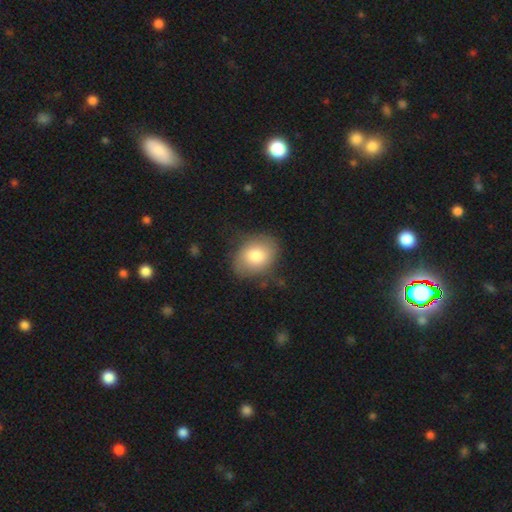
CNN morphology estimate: smooth 78%, featured or disk 15%, star or artifact 7%. Down the decision tree: how rounded — in between (60%); merging — none (69%).